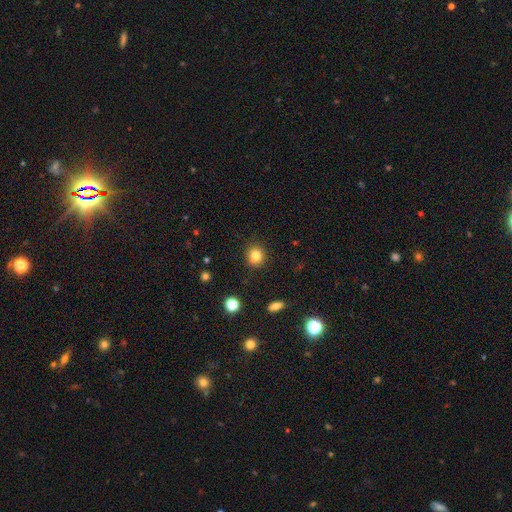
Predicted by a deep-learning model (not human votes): Morphology: type=smooth (82%); roundness=round (85%); merging=none (90%).